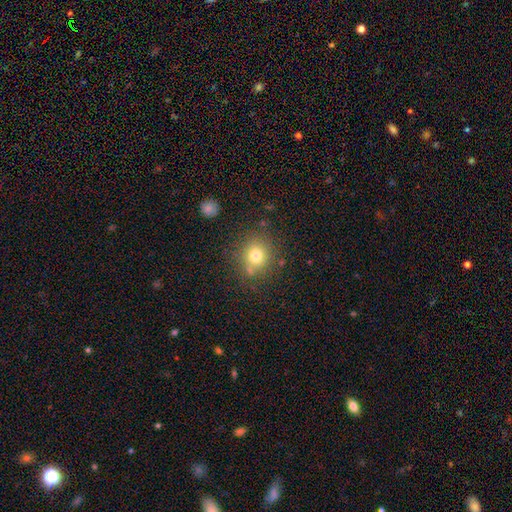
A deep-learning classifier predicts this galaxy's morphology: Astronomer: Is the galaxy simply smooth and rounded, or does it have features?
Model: smooth — 75%.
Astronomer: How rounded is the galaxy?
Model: round — 80%.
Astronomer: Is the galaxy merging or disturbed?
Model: none — 77%.